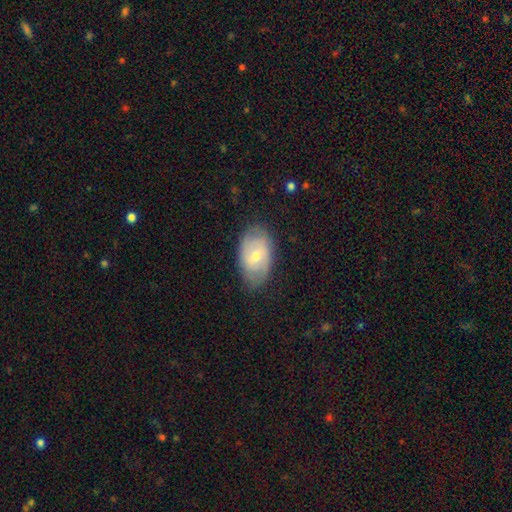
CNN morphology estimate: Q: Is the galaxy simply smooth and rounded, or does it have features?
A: smooth — 47%.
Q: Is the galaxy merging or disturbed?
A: none — 76%.